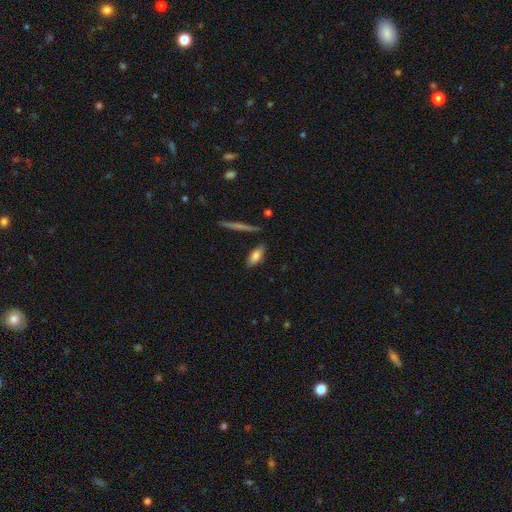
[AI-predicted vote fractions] Overall: smooth (80%). How rounded: in between (74%). Merging: none (82%).